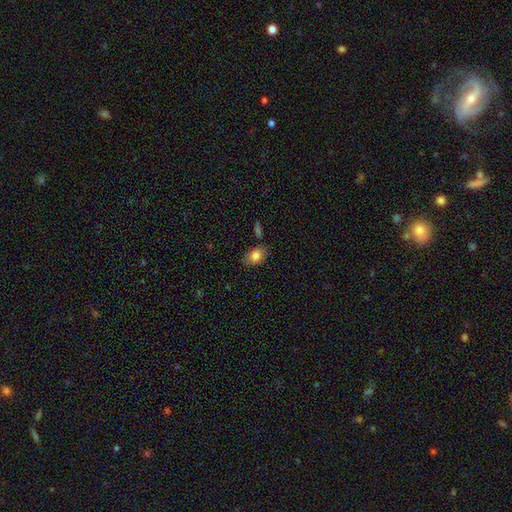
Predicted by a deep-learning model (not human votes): Smooth or featured?
  - smooth: 78% *
  - featured or disk: 14%
  - star or artifact: 8%
How rounded?
  - in between: 87% *
  - round: 12%
  - cigar-shaped: 2%
Merging?
  - none: 77% *
  - minor disturbance: 16%
  - merger: 4%
  - major disturbance: 4%